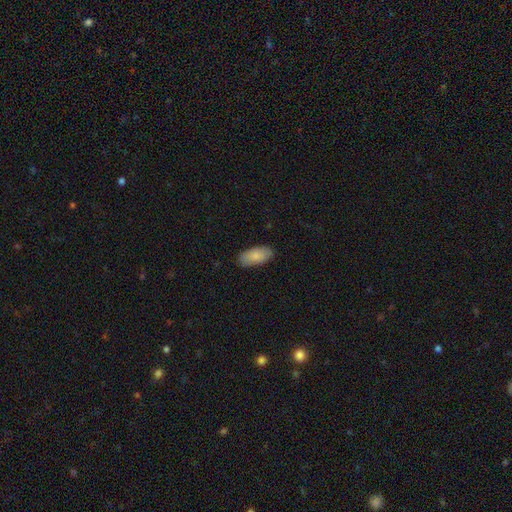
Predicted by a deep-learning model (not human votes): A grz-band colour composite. It shows a smooth galaxy with no disk features (84%) that is in between round and cigar-shaped (93%). Merging: none (85%).